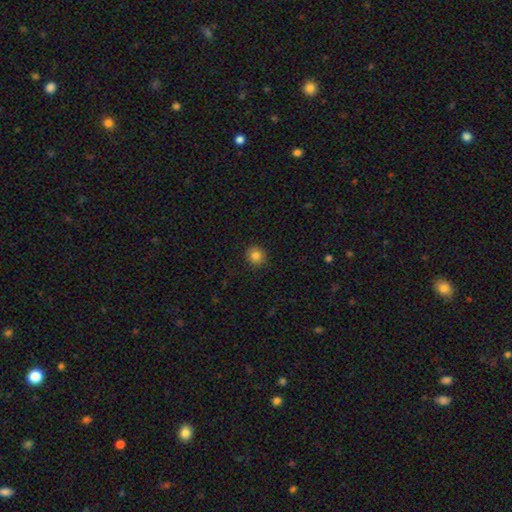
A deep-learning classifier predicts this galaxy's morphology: smooth_or_featured: smooth (p=0.83) [alt: star or artifact p=0.11]
how_rounded: round (p=0.91) [alt: in between p=0.08]
merging: none (p=0.91) [alt: minor disturbance p=0.07]